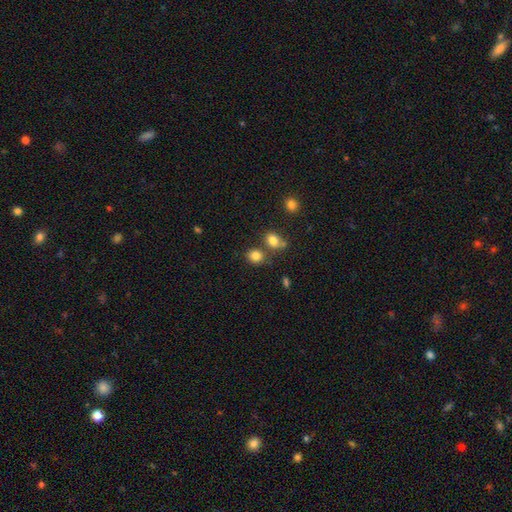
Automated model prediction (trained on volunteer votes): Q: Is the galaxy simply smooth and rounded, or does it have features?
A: smooth — 83%.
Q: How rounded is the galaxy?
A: round — 70%.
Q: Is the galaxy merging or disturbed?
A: none — 69%.